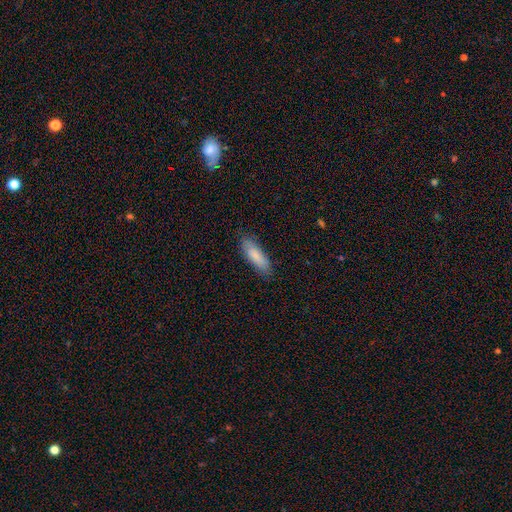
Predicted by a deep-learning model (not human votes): Smooth or featured? Predicted: smooth (p=0.80). How rounded? Predicted: in between (p=0.52). Merging? Predicted: none (p=0.83).